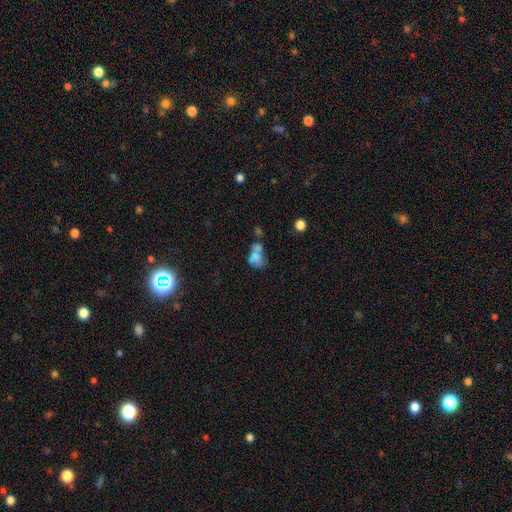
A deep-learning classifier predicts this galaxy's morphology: This appears to be a smooth galaxy with no disk features (59%) that is in between round and cigar-shaped (71%). Merging: merger (54%).